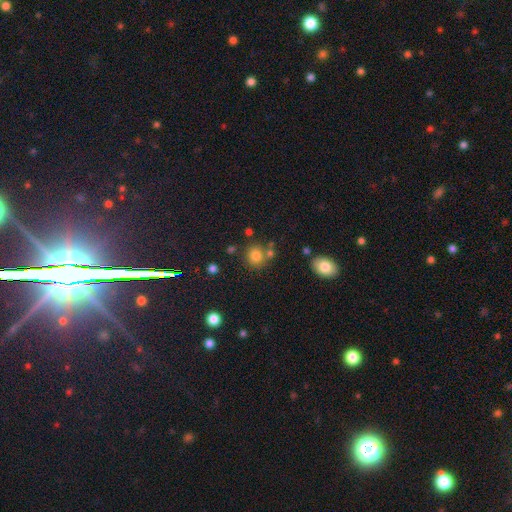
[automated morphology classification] A smooth galaxy with no disk features (78%) that is round (85%). Merging: none (71%).